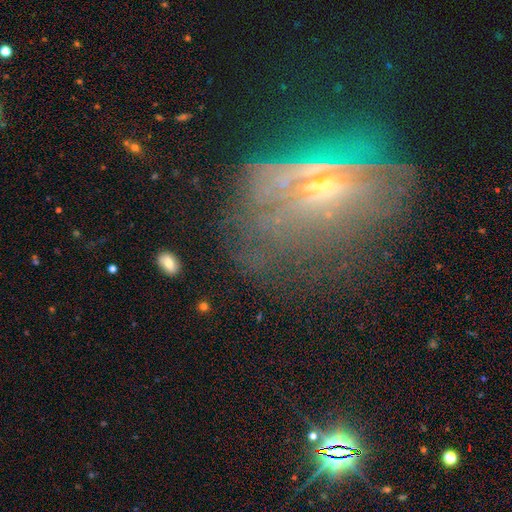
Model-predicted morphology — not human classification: This is marginally a featured or disk galaxy (41%). Merging: possibly none (57%).